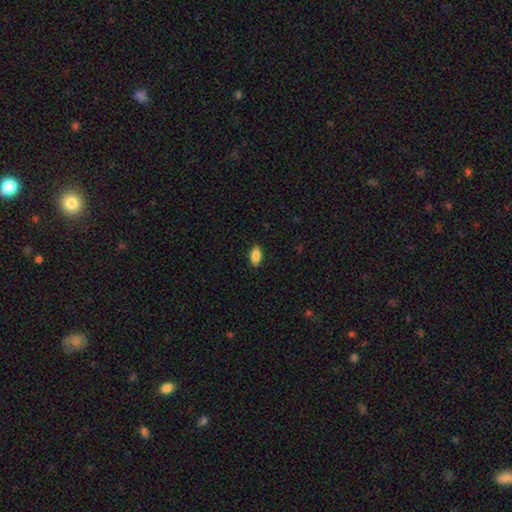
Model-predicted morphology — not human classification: Smooth or featured?
  - smooth: 86% *
  - featured or disk: 7%
  - star or artifact: 7%
How rounded?
  - in between: 88% *
  - cigar-shaped: 9%
  - round: 3%
Merging?
  - none: 88% *
  - minor disturbance: 9%
  - major disturbance: 2%
  - merger: 1%